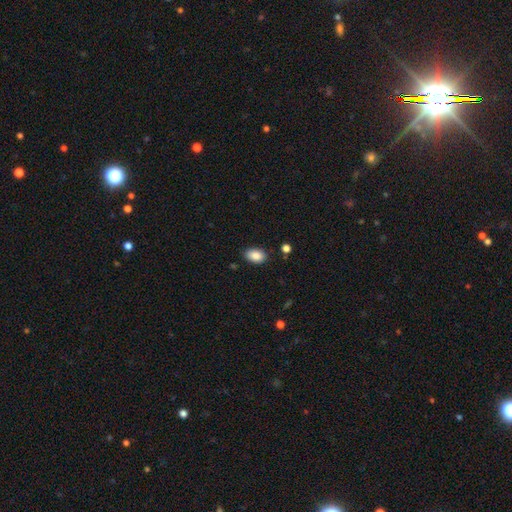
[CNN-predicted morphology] Overall: smooth (87%). How rounded: in between (89%). Merging: none (85%).